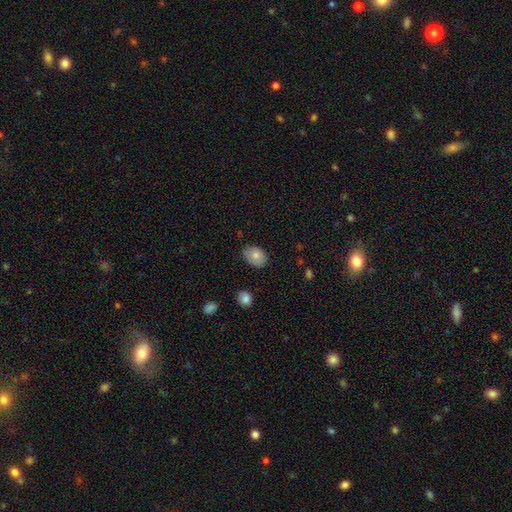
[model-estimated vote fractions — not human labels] A smooth galaxy with no disk features (81%) that is in between round and cigar-shaped (77%). Merging: none (72%).